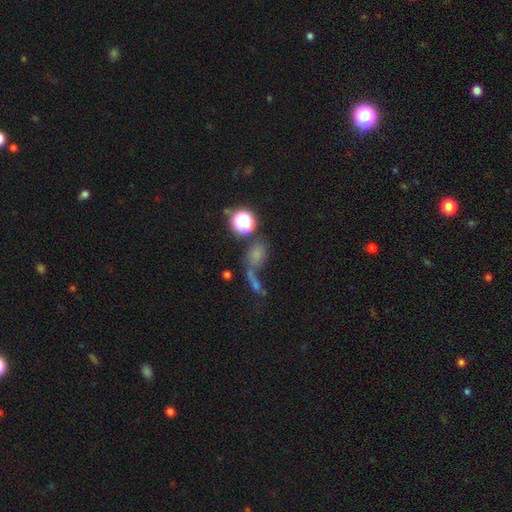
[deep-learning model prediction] smooth_or_featured: smooth (p=0.53) [alt: star or artifact p=0.30]
how_rounded: in between (p=0.48) [alt: round p=0.43]
merging: merger (p=0.40) [alt: none p=0.33]